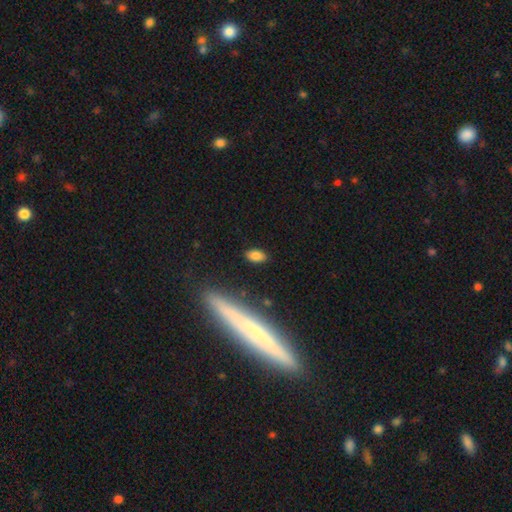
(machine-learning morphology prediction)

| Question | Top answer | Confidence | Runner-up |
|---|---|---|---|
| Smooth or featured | smooth | 82% | star or artifact (10%) |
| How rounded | in between | 89% | round (6%) |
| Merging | none | 86% | minor disturbance (10%) |